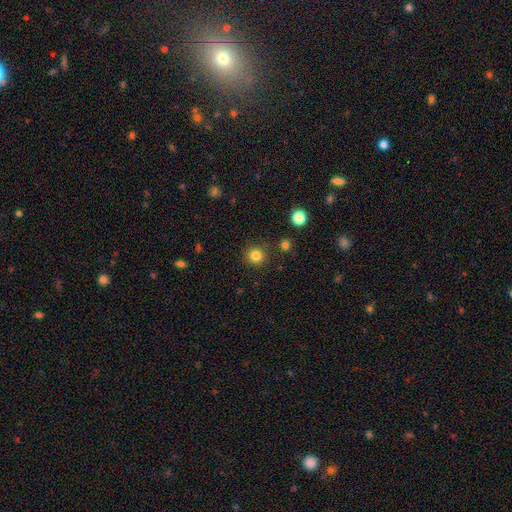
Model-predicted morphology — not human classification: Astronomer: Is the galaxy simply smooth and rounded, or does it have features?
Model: smooth — 83%.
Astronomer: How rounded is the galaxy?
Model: round — 93%.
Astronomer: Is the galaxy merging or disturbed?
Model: none — 89%.